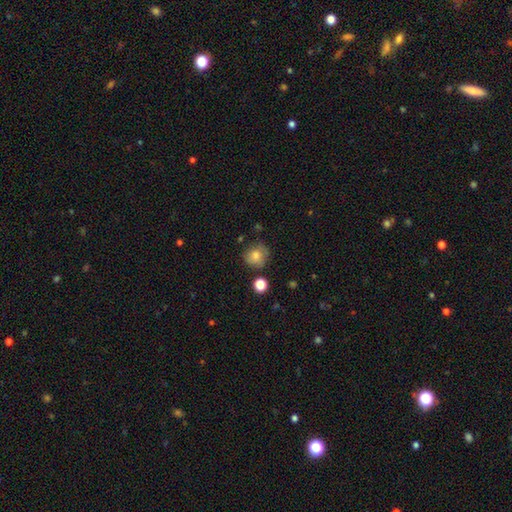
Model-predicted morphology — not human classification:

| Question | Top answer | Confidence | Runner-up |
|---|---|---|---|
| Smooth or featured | smooth | 77% | featured or disk (12%) |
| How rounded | round | 85% | in between (14%) |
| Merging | none | 72% | minor disturbance (19%) |